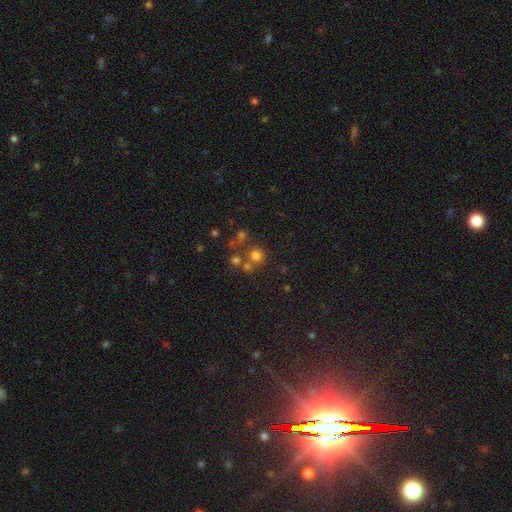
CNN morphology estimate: smooth-or-featured: smooth: 67% | star or artifact: 21% | featured or disk: 12%
  how-rounded: round: 90% | in between: 9% | cigar-shaped: 1%
  merging: none: 62% | merger: 25% | minor disturbance: 8% | major disturbance: 5%